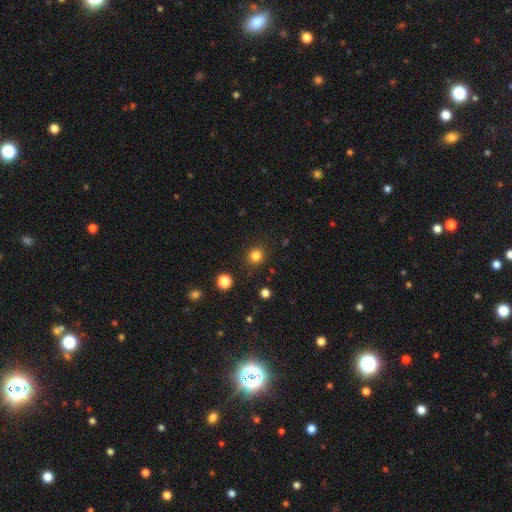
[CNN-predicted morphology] Smooth or featured: smooth — 83% (star or artifact — 13%)
How rounded: round — 89% (in between — 10%)
Merging: none — 89% (minor disturbance — 7%)